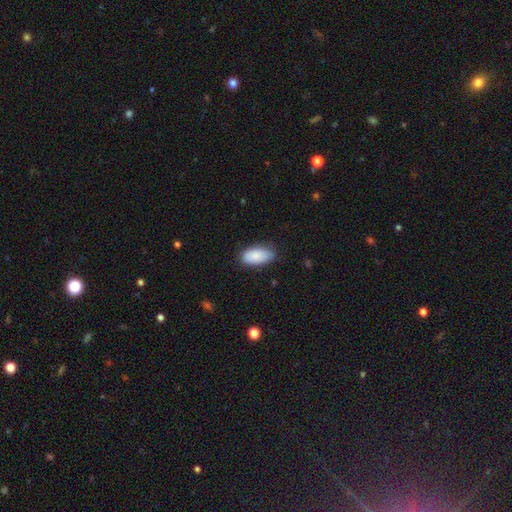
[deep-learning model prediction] smooth_or_featured: smooth (p=0.87) [alt: featured or disk p=0.07]
how_rounded: in between (p=0.93) [alt: cigar-shaped p=0.05]
merging: none (p=0.78) [alt: minor disturbance p=0.18]